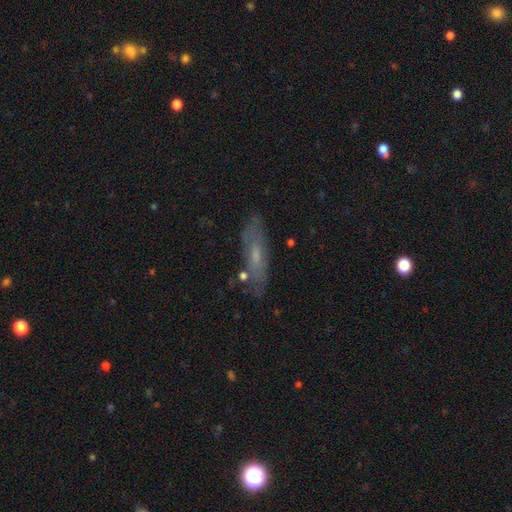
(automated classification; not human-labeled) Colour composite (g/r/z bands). It shows a featured or disk galaxy (48%). Merging: none (75%).